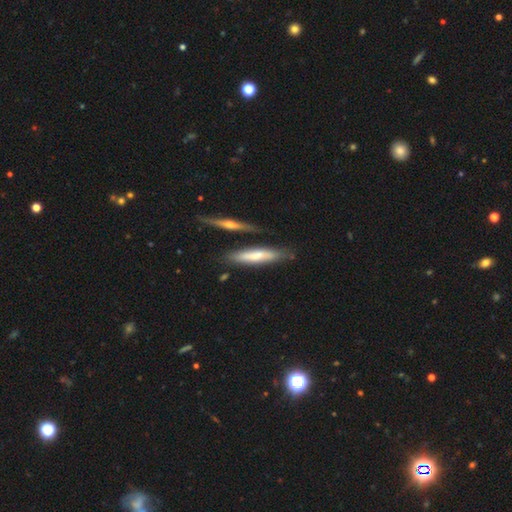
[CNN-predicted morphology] This is possibly a smooth galaxy (57%). How rounded: clearly cigar-shaped (81%). Merging: likely none (72%).